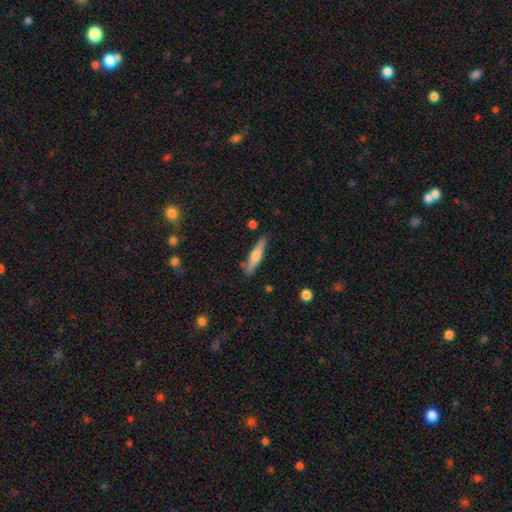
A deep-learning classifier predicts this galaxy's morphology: smooth_or_featured: featured or disk (p=0.48) [alt: smooth p=0.46]
merging: none (p=0.85) [alt: minor disturbance p=0.10]